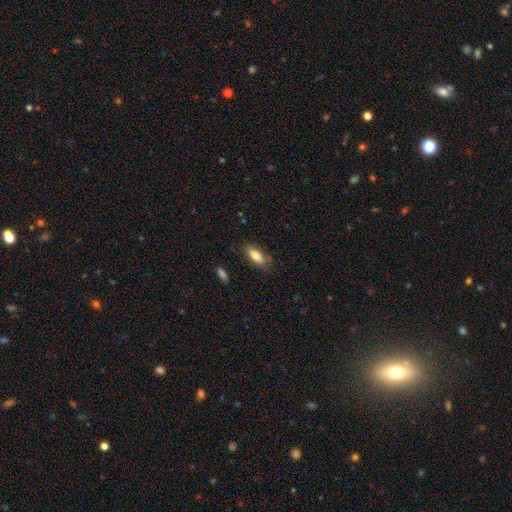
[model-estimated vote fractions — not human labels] Smooth or featured?
  - smooth: 77% *
  - featured or disk: 15%
  - star or artifact: 7%
How rounded?
  - in between: 75% *
  - cigar-shaped: 22%
  - round: 2%
Merging?
  - none: 78% *
  - minor disturbance: 16%
  - major disturbance: 4%
  - merger: 2%